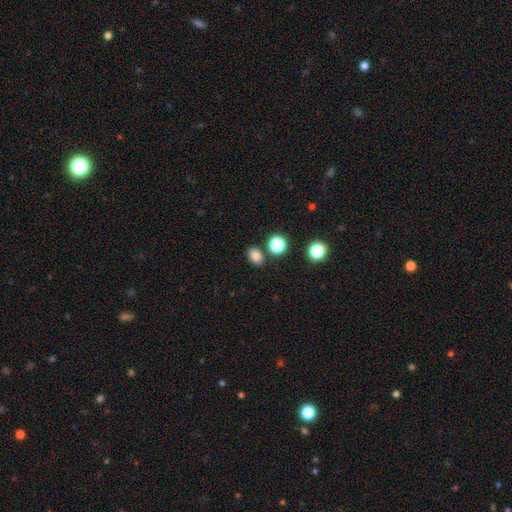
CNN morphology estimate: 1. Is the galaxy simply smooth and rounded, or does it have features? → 81% smooth, 14% star or artifact, 6% featured or disk.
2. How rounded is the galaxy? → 69% in between, 30% round, 1% cigar-shaped.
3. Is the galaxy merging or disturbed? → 81% none, 9% minor disturbance, 7% merger, 3% major disturbance.